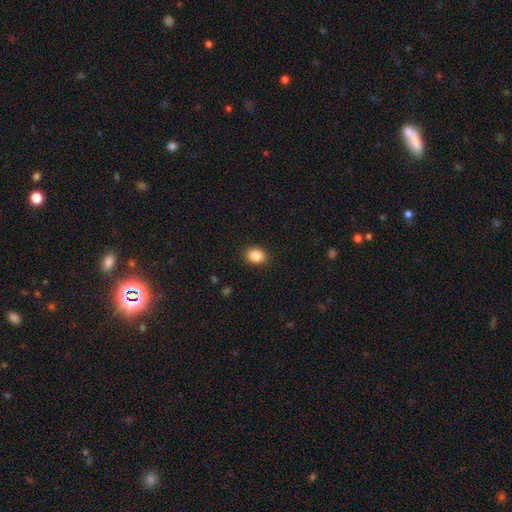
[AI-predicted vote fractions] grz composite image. It shows a smooth galaxy with no disk features (87%) that is in between round and cigar-shaped (55%). Merging: none (90%).